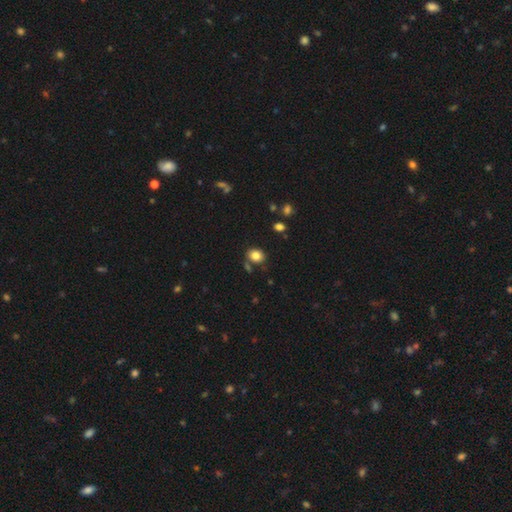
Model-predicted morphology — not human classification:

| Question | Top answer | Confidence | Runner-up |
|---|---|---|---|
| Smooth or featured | smooth | 83% | star or artifact (10%) |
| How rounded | in between | 54% | round (45%) |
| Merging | none | 75% | minor disturbance (13%) |